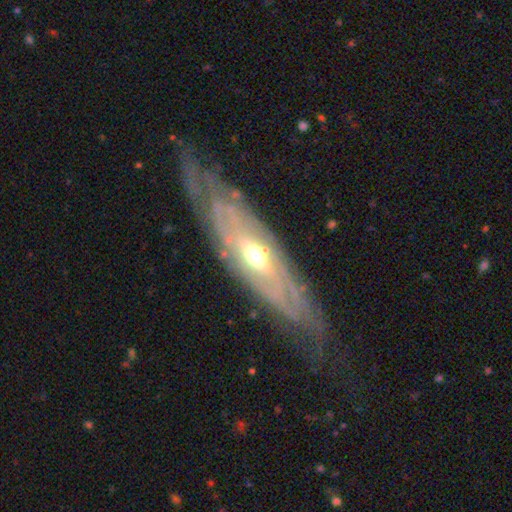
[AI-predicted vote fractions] The model was most divided on "edge-on disk": no: 68%, yes: 32%. More confident: smooth or featured — featured or disk (81%); merging — none (72%); spiral arms — yes (70%); bar — no (69%); bulge size — moderate (68%).